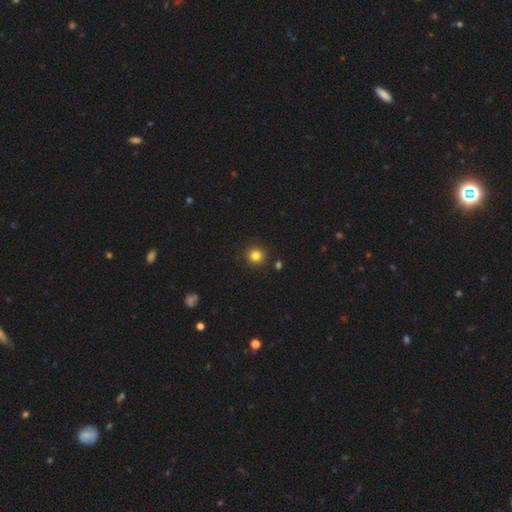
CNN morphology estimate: smooth 82%, star or artifact 13%, featured or disk 5%. Down the decision tree: how rounded — round (94%); merging — none (90%).